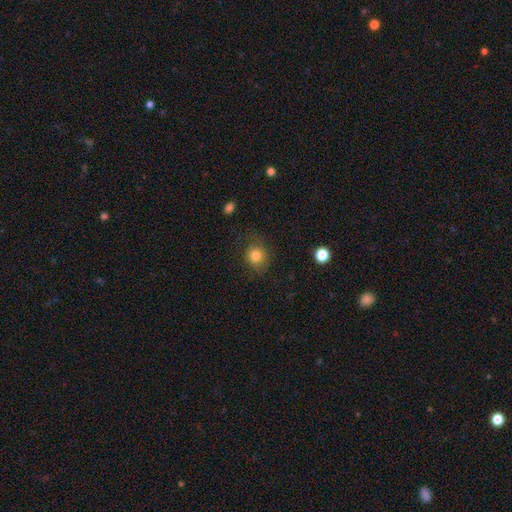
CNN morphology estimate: Smooth or featured? Predicted: smooth (p=0.82). How rounded? Predicted: round (p=0.81). Merging? Predicted: none (p=0.80).